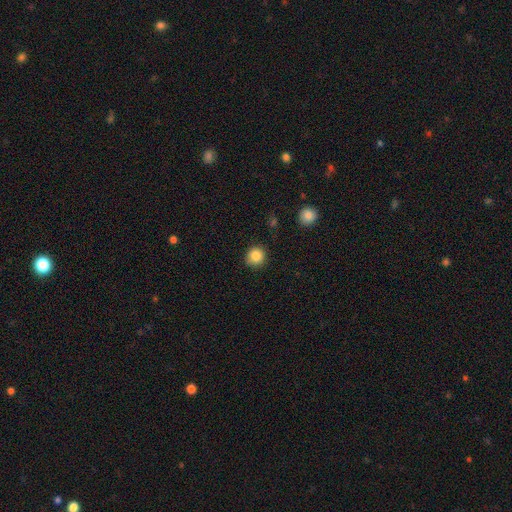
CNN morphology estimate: Smooth or featured?
  - smooth: 86% *
  - star or artifact: 10%
  - featured or disk: 4%
How rounded?
  - round: 91% *
  - in between: 8%
  - cigar-shaped: 1%
Merging?
  - none: 87% *
  - minor disturbance: 9%
  - major disturbance: 2%
  - merger: 1%